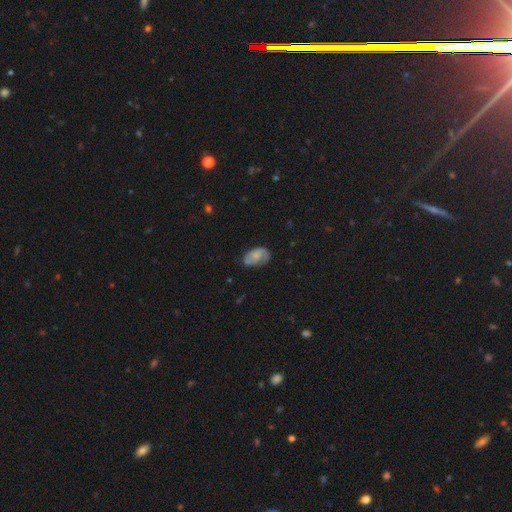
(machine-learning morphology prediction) Smooth or featured? Predicted: featured or disk (p=0.48). Merging? Predicted: none (p=0.65).